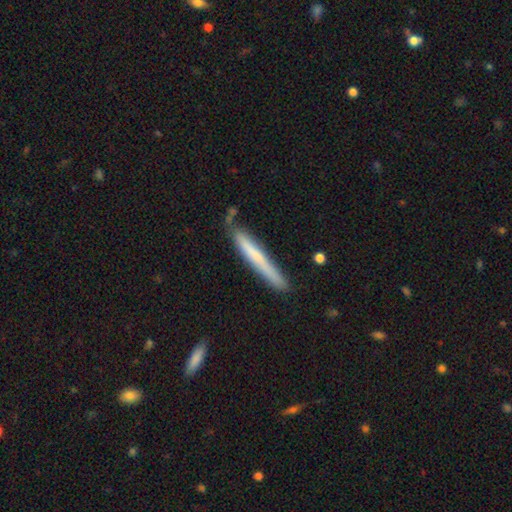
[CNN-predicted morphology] Smooth or featured: smooth — 62% (featured or disk — 33%)
How rounded: cigar-shaped — 96% (in between — 3%)
Merging: none — 71% (minor disturbance — 20%)